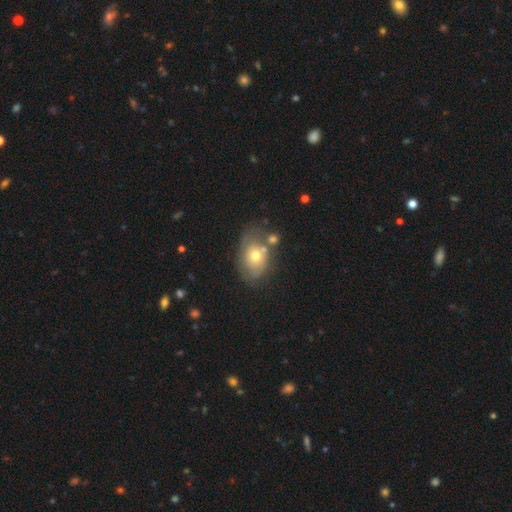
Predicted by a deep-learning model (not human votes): Smooth or featured? smooth (56%)
How rounded? in between (73%)
Merging? none (48%)